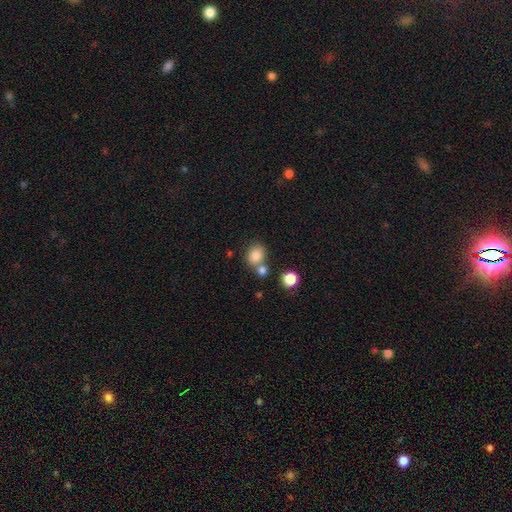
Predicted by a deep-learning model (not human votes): smooth_or_featured: smooth (p=0.83) [alt: star or artifact p=0.11]
how_rounded: round (p=0.63) [alt: in between p=0.36]
merging: none (p=0.60) [alt: merger p=0.26]